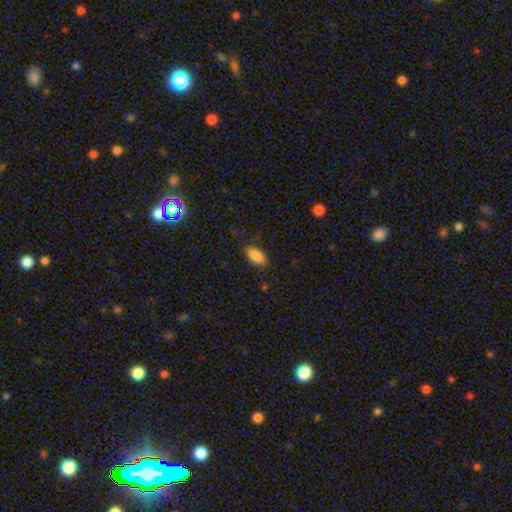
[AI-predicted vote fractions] This appears to be a smooth galaxy with no disk features (86%) that is in between round and cigar-shaped (92%). Merging: none (81%).